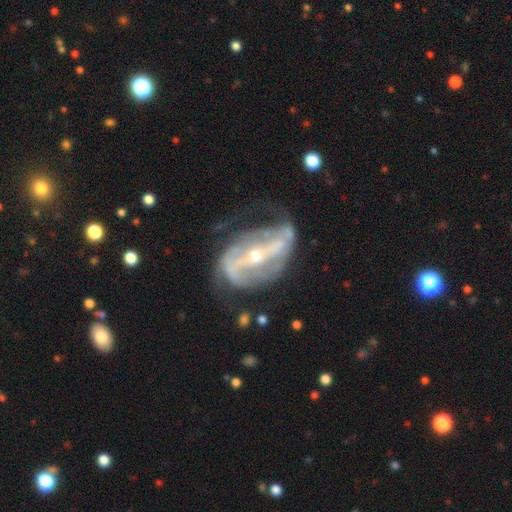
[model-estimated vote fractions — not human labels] Overall: featured or disk (88%). Edge-on disk: no (94%). Bar: strong (66%). Spiral arms: yes (87%). Spiral arm count: 2 (73%). Spiral winding: medium (41%; loose 32%). Bulge size: small (64%; moderate 33%). Merging: none (47%; minor disturbance 26%).